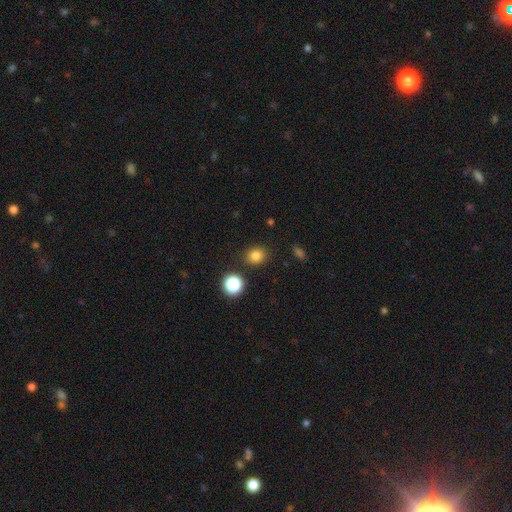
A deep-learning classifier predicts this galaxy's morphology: Overall: smooth (81%). How rounded: round (74%). Merging: none (86%).